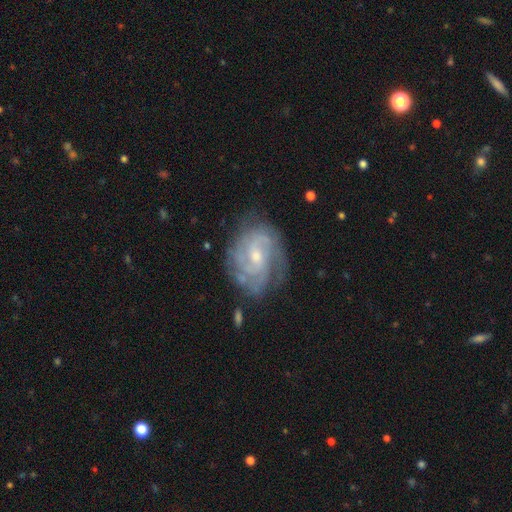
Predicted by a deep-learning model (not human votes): featured or disk 86%, smooth 8%, star or artifact 6%. Down the decision tree: edge-on disk — no (97%); bar — no (55%); spiral arms — yes (95%); spiral arm count — can't tell (30%); spiral winding — tight (62%); bulge size — small (53%); merging — none (71%).